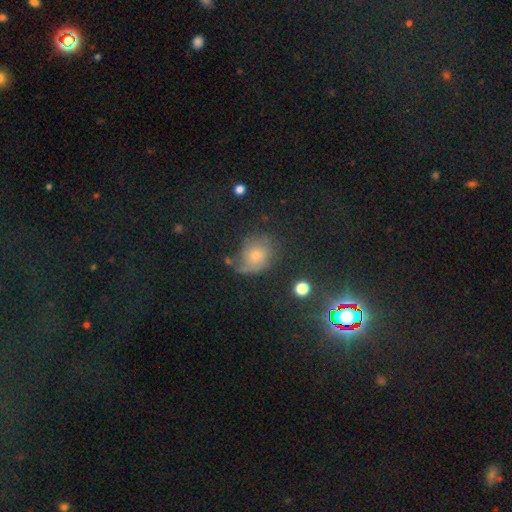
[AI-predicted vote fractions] Smooth or featured?
  - smooth: 47% *
  - featured or disk: 29%
  - star or artifact: 24%
Merging?
  - none: 53% *
  - minor disturbance: 26%
  - major disturbance: 16%
  - merger: 5%